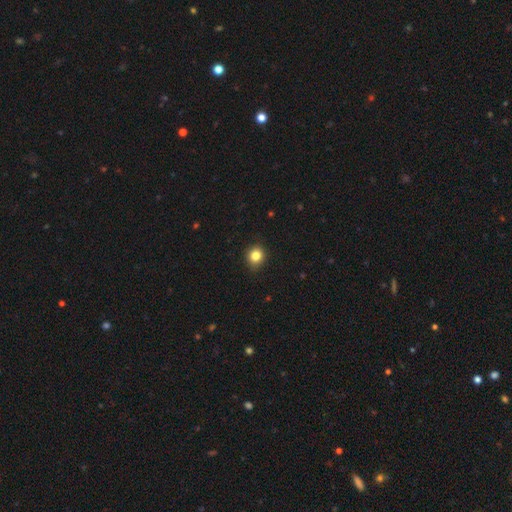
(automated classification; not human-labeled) Smooth or featured?
  - smooth: 83% *
  - star or artifact: 11%
  - featured or disk: 6%
How rounded?
  - round: 81% *
  - in between: 18%
  - cigar-shaped: 1%
Merging?
  - none: 88% *
  - minor disturbance: 10%
  - major disturbance: 2%
  - merger: 1%